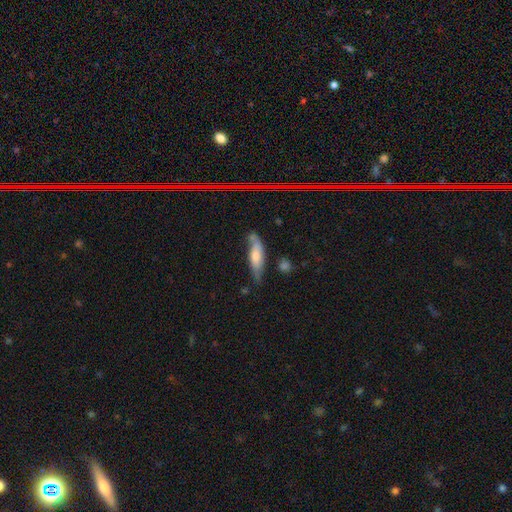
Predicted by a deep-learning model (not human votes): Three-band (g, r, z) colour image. It shows a smooth galaxy with no disk features (51%) that is cigar-shaped (65%). Merging: none (52%).